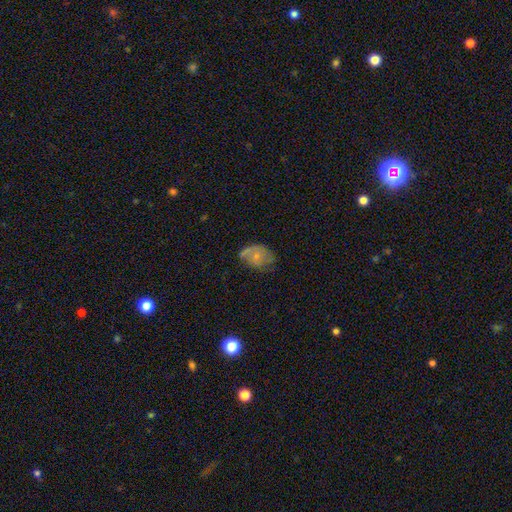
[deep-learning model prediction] Smooth or featured?
  - smooth: 49% *
  - featured or disk: 41%
  - star or artifact: 10%
Merging?
  - none: 46% *
  - minor disturbance: 31%
  - major disturbance: 19%
  - merger: 4%